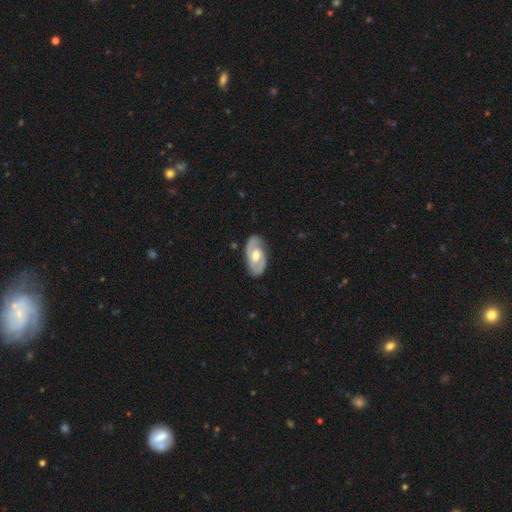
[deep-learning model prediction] smooth_or_featured: featured or disk (p=0.78) [alt: smooth p=0.18]
disk_edge_on: no (p=0.95) [alt: yes p=0.05]
bar: no (p=0.44) [alt: weak p=0.43]
has_spiral_arms: yes (p=0.86) [alt: no p=0.14]
spiral_winding: tight (p=0.44) [alt: medium p=0.42]
spiral_arm_count: 2 (p=0.83) [alt: can't tell p=0.09]
bulge_size: moderate (p=0.73) [alt: small p=0.15]
merging: none (p=0.81) [alt: minor disturbance p=0.14]